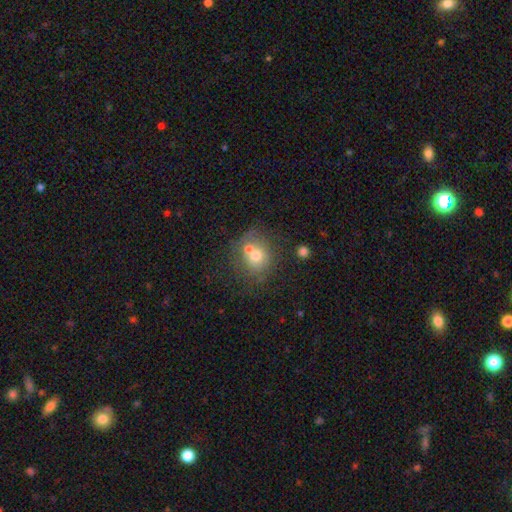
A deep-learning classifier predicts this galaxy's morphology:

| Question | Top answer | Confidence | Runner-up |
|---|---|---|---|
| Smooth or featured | smooth | 66% | featured or disk (23%) |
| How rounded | round | 79% | in between (20%) |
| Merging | none | 44% | merger (40%) |